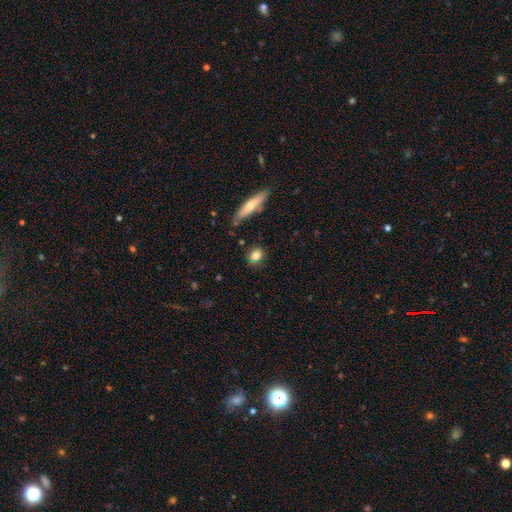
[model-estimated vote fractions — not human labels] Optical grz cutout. It shows a smooth galaxy with no disk features (79%) that is round (57%). Merging: none (78%).